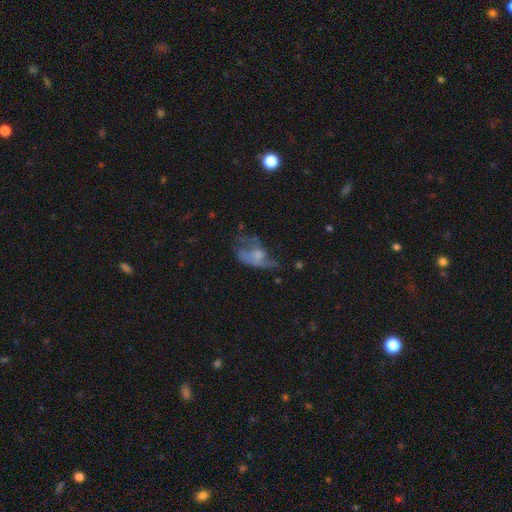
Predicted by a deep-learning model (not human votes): Smooth or featured? Predicted: featured or disk (p=0.46). Merging? Predicted: major disturbance (p=0.49).